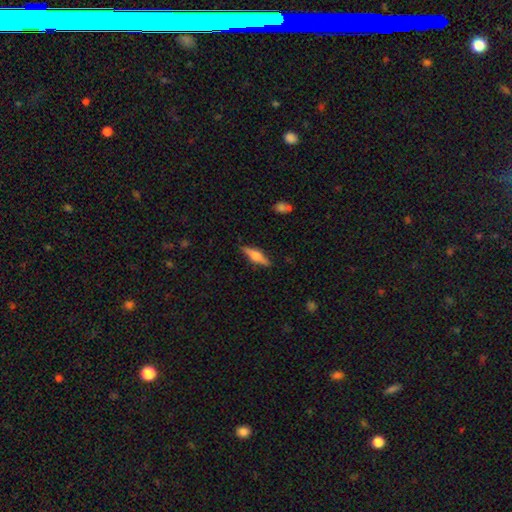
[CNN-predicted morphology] smooth_or_featured: featured or disk (p=0.58) [alt: smooth p=0.35]
disk_edge_on: yes (p=0.96) [alt: no p=0.04]
edge_on_bulge: rounded (p=0.88) [alt: boxy p=0.09]
merging: none (p=0.87) [alt: minor disturbance p=0.10]